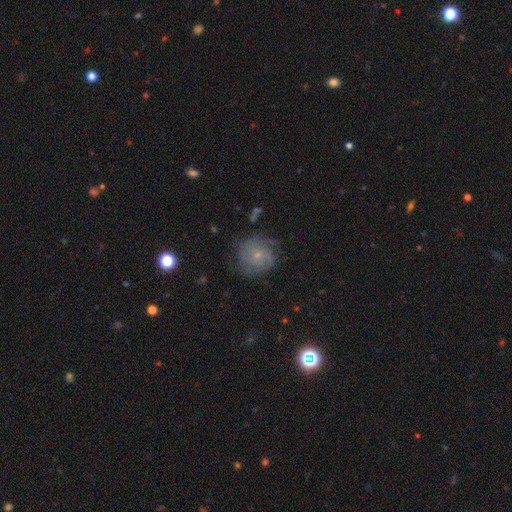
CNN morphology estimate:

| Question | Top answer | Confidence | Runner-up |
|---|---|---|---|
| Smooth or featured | smooth | 48% | featured or disk (39%) |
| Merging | none | 69% | minor disturbance (20%) |